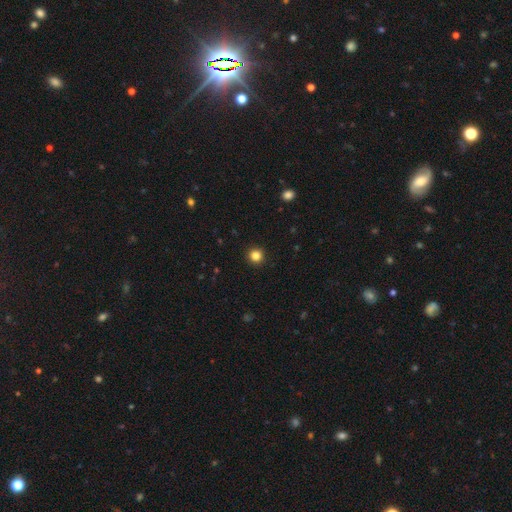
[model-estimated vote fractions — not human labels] A smooth galaxy with no disk features (84%) that is round (95%). Merging: none (93%).